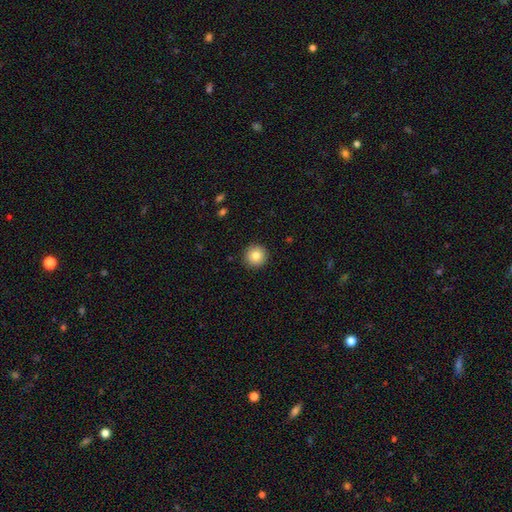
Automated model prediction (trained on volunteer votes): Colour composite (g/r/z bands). It shows a smooth galaxy with no disk features (83%) that is round (96%). Merging: none (92%).